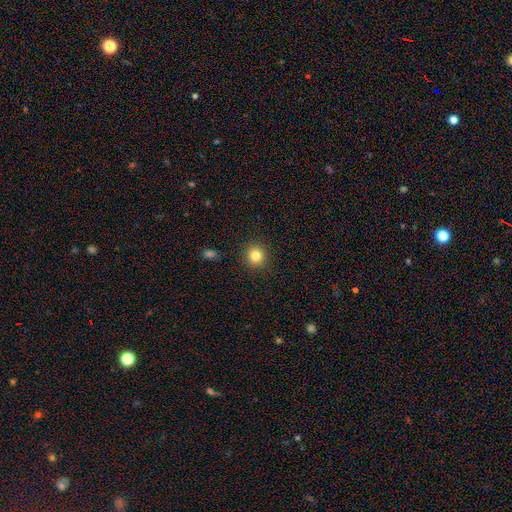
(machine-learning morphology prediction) Q: Smooth or featured?
A: smooth (82%); runner-up: star or artifact (12%)
Q: How rounded?
A: round (92%); runner-up: in between (7%)
Q: Merging?
A: none (91%); runner-up: minor disturbance (6%)